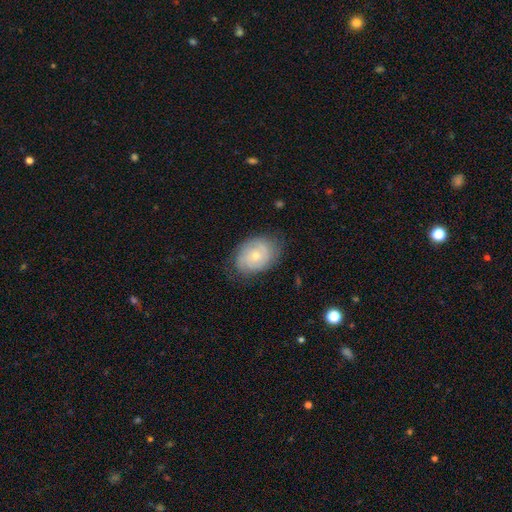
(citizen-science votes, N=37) Volunteers were most divided on "spiral arm count": can't tell: 42%, 2: 25%, 3: 17%, 1: 12%, more than 4: 4%, 4: 0%. More confident: edge-on disk — no (100%); bar — no (96%); merging — none (89%); spiral arms — yes (86%); smooth or featured — featured or disk (76%); spiral winding — tight (67%); bulge size — small (64%).